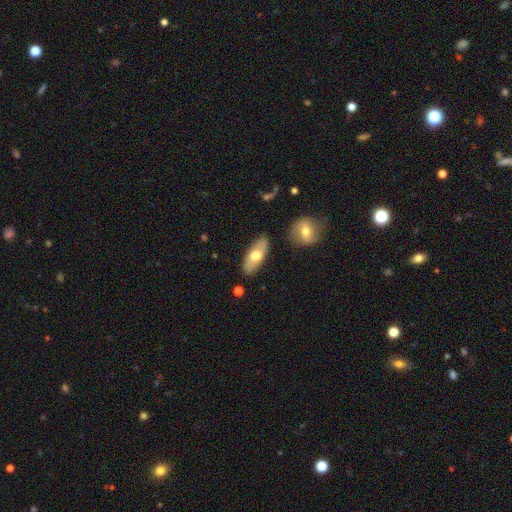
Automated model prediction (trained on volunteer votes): smooth 62%, featured or disk 32%, star or artifact 6%. Down the decision tree: how rounded — in between (82%); merging — none (85%).